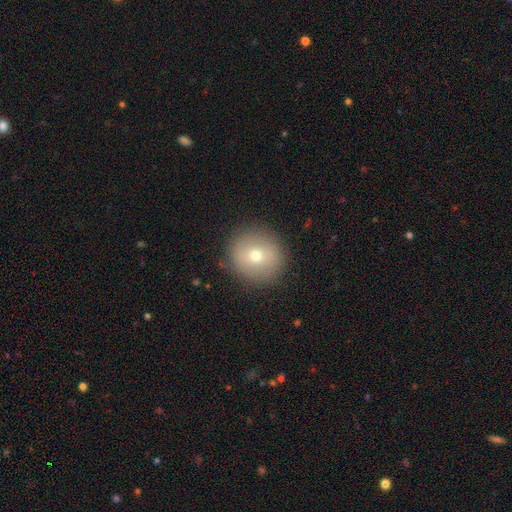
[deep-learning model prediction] Smooth or featured? smooth (66%)
How rounded? round (94%)
Merging? none (89%)